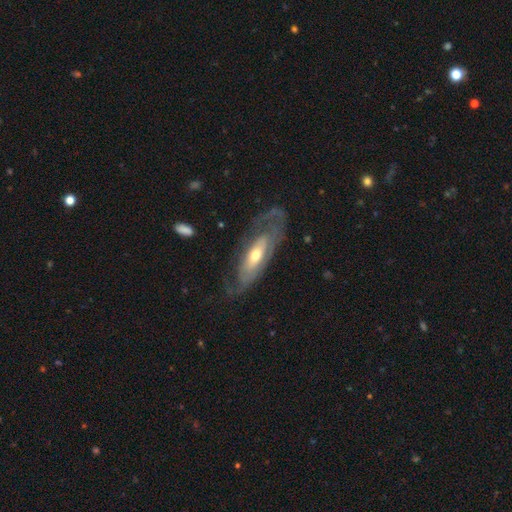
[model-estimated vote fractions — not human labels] Smooth or featured? Predicted: featured or disk (p=0.75). Edge-on disk? Predicted: no (p=0.83). Bar? Predicted: no (p=0.66). Spiral arms? Predicted: yes (p=0.72). Bulge size? Predicted: moderate (p=0.61). Merging? Predicted: none (p=0.60).